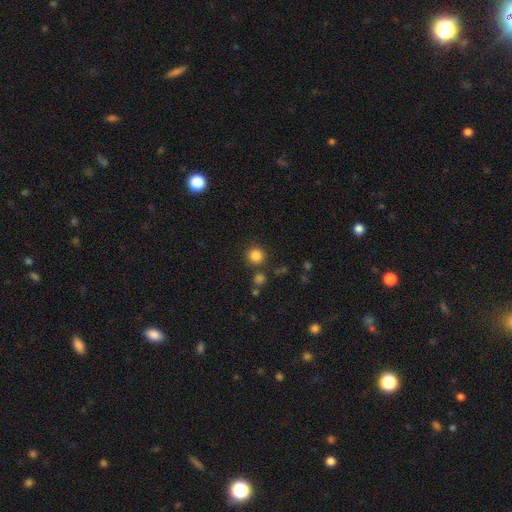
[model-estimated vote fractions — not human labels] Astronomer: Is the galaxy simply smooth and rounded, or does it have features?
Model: smooth — 83%.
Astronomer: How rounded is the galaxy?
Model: round — 94%.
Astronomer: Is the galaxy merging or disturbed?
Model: none — 84%.